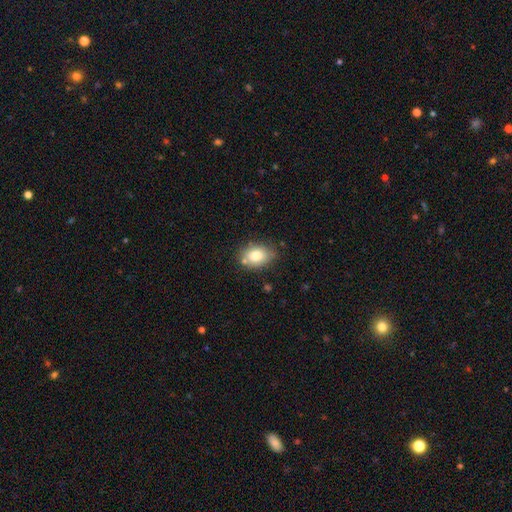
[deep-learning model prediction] smooth_or_featured: smooth (p=0.79) [alt: featured or disk p=0.12]
how_rounded: in between (p=0.70) [alt: round p=0.29]
merging: none (p=0.73) [alt: minor disturbance p=0.17]